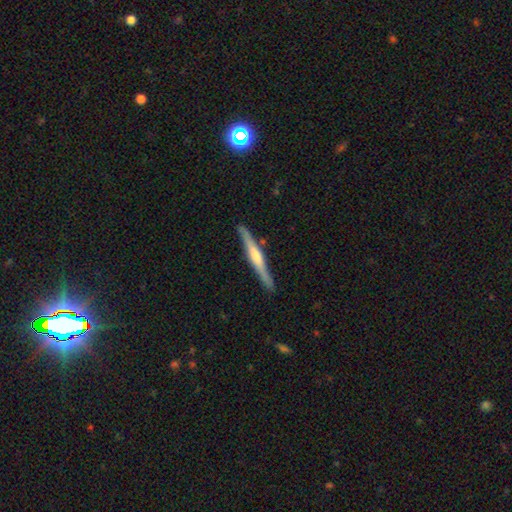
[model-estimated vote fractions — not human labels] Smooth or featured: featured or disk — 69% (smooth — 26%)
Edge-on disk: yes — 98% (no — 2%)
Edge-on bulge: rounded — 67% (boxy — 18%)
Merging: none — 89% (minor disturbance — 8%)